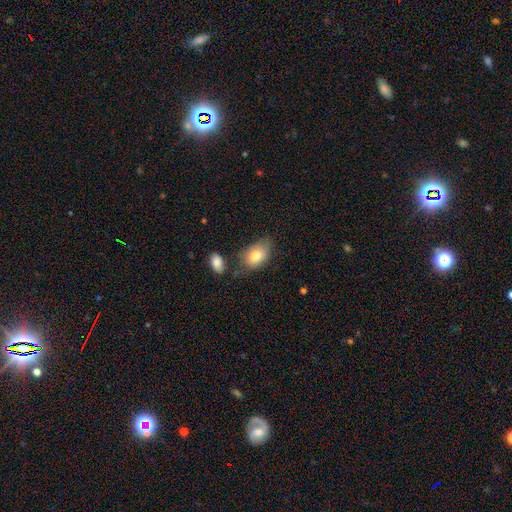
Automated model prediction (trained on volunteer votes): smooth 79%, featured or disk 14%, star or artifact 7%. Down the decision tree: how rounded — in between (88%); merging — none (58%).